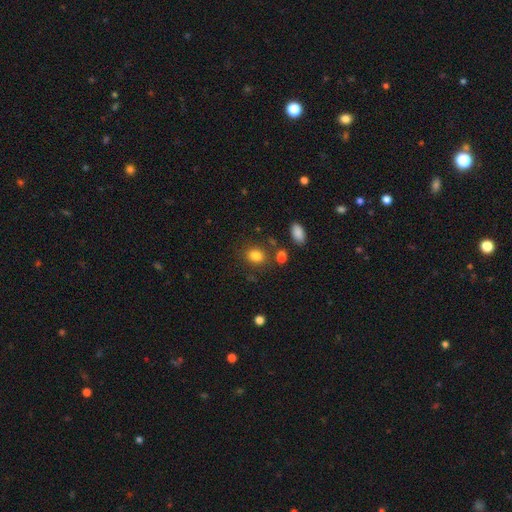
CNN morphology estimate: type=smooth (82%); roundness=round (51%); merging=none (78%).